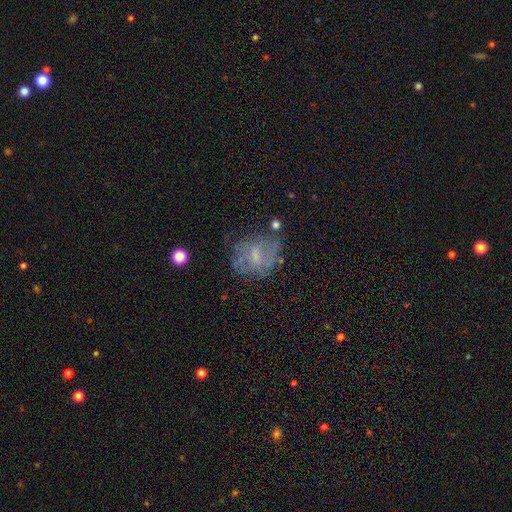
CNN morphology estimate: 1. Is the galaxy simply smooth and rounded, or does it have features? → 51% featured or disk, 34% smooth, 15% star or artifact.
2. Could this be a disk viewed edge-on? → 96% no, 4% yes.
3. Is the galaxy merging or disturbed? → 58% none, 22% minor disturbance, 16% major disturbance, 4% merger.